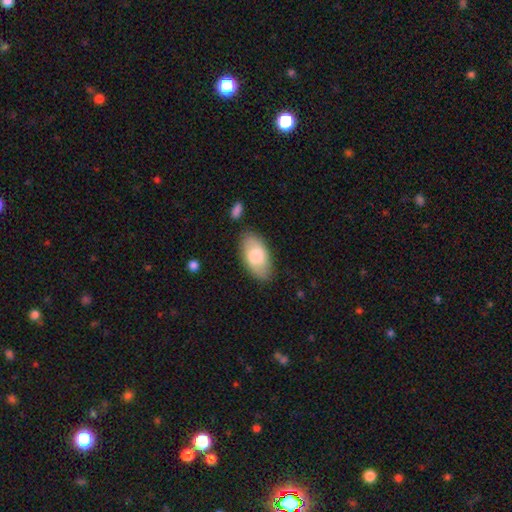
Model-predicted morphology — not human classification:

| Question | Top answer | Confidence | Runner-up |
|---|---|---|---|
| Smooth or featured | smooth | 73% | featured or disk (21%) |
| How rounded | in between | 94% | round (3%) |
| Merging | none | 80% | minor disturbance (14%) |